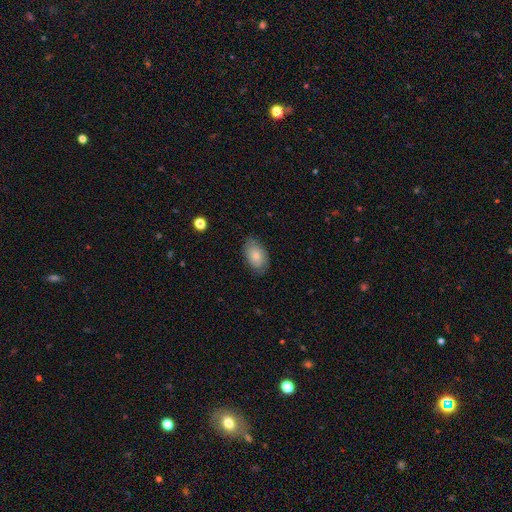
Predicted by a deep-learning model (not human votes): This is likely a smooth galaxy (75%). How rounded: clearly in between (91%). Merging: likely none (77%).